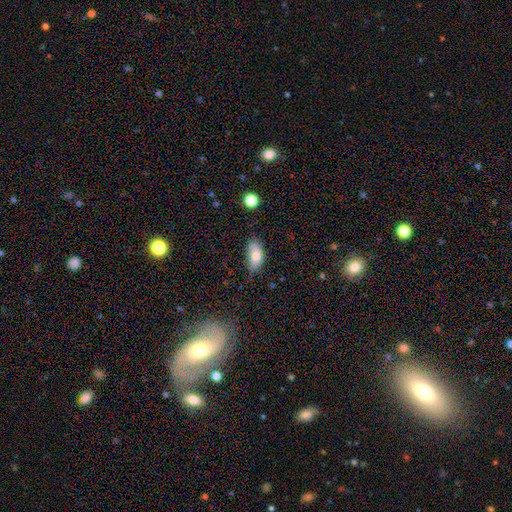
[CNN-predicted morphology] smooth 74%, featured or disk 17%, star or artifact 8%. Down the decision tree: how rounded — in between (92%); merging — none (55%).